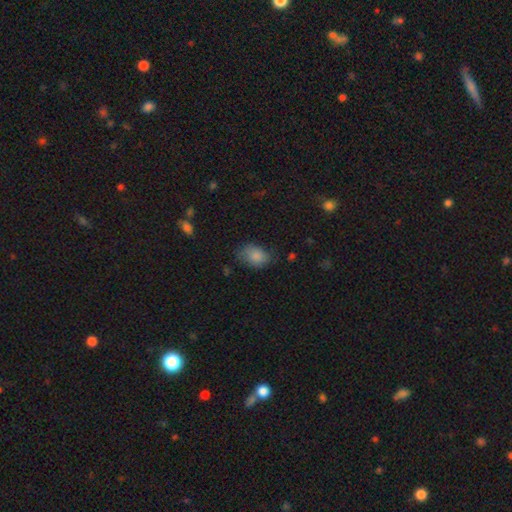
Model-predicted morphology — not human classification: smooth-or-featured: smooth: 85% | star or artifact: 8% | featured or disk: 7%
  how-rounded: in between: 79% | round: 20% | cigar-shaped: 1%
  merging: none: 62% | minor disturbance: 28% | major disturbance: 8% | merger: 2%